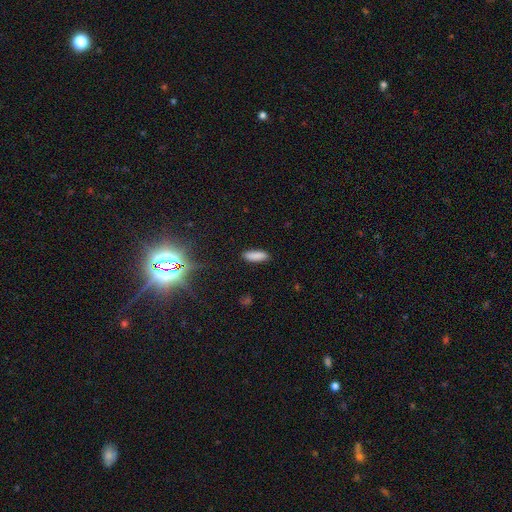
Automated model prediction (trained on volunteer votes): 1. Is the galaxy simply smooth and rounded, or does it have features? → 87% smooth, 9% star or artifact, 5% featured or disk.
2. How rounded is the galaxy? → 54% in between, 45% cigar-shaped, 2% round.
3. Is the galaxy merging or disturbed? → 88% none, 9% minor disturbance, 2% major disturbance, 1% merger.